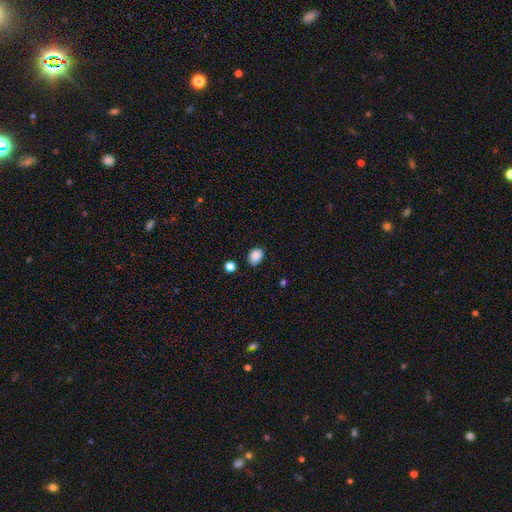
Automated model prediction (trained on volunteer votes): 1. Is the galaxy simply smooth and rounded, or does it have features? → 87% smooth, 9% star or artifact, 3% featured or disk.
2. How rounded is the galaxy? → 68% in between, 31% round, 1% cigar-shaped.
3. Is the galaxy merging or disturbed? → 76% none, 18% minor disturbance, 3% major disturbance, 3% merger.